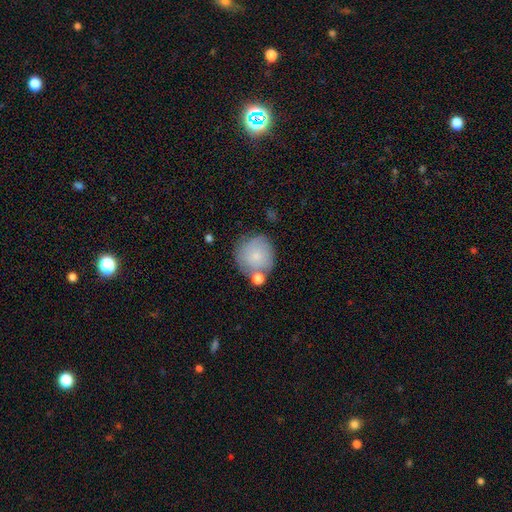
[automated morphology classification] Smooth or featured? Predicted: smooth (p=0.73). How rounded? Predicted: round (p=0.89). Merging? Predicted: none (p=0.59).